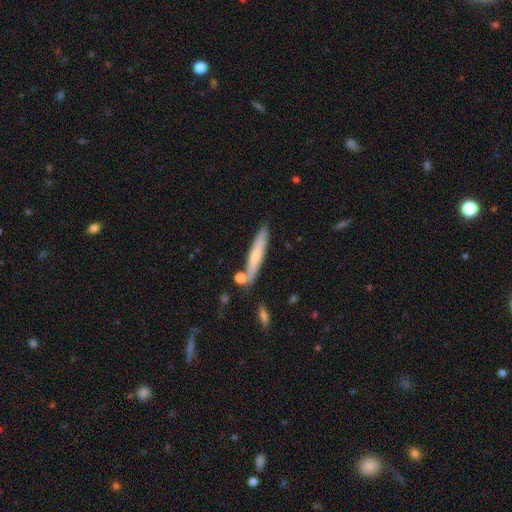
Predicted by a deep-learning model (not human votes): Smooth or featured?
  - smooth: 60% *
  - featured or disk: 33%
  - star or artifact: 6%
How rounded?
  - cigar-shaped: 93% *
  - in between: 6%
  - round: 1%
Merging?
  - none: 78% *
  - minor disturbance: 13%
  - merger: 7%
  - major disturbance: 2%